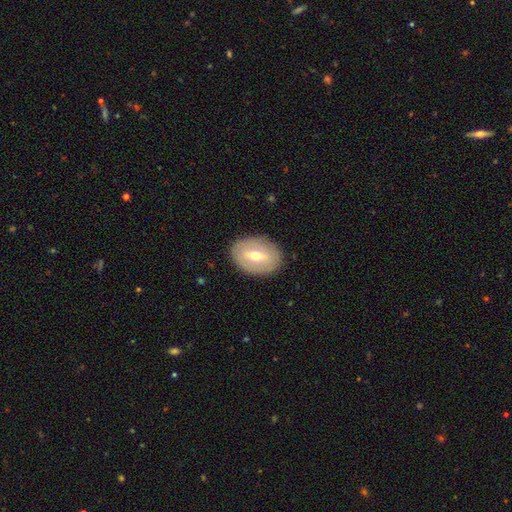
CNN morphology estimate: Overall: featured or disk (50%; smooth 44%). Merging: none (86%).